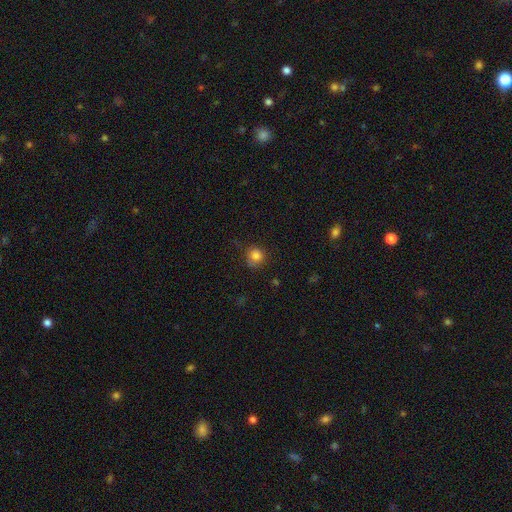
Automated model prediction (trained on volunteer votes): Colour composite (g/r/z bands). It shows a smooth galaxy with no disk features (83%) that is round (87%). Merging: none (72%).